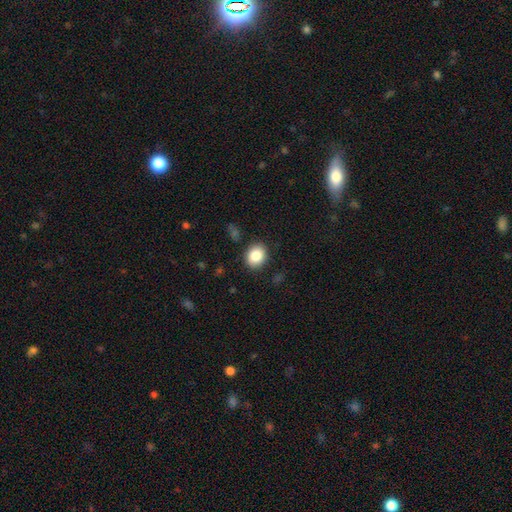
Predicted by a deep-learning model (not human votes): Smooth or featured?
  - smooth: 85% *
  - star or artifact: 8%
  - featured or disk: 7%
How rounded?
  - round: 53% *
  - in between: 46%
  - cigar-shaped: 1%
Merging?
  - none: 88% *
  - minor disturbance: 9%
  - major disturbance: 2%
  - merger: 1%